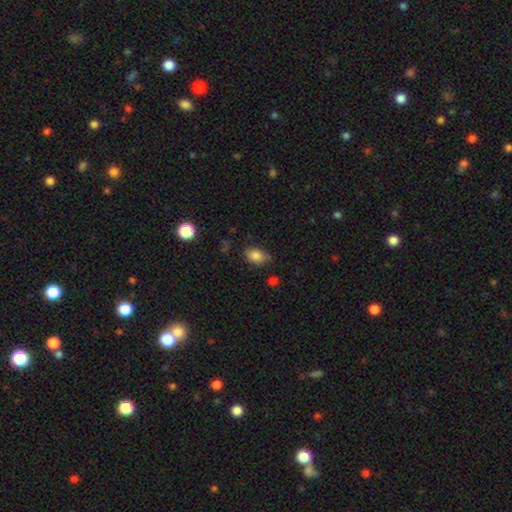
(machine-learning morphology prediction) smooth_or_featured: smooth (p=0.84) [alt: star or artifact p=0.09]
how_rounded: in between (p=0.84) [alt: round p=0.14]
merging: none (p=0.68) [alt: minor disturbance p=0.25]